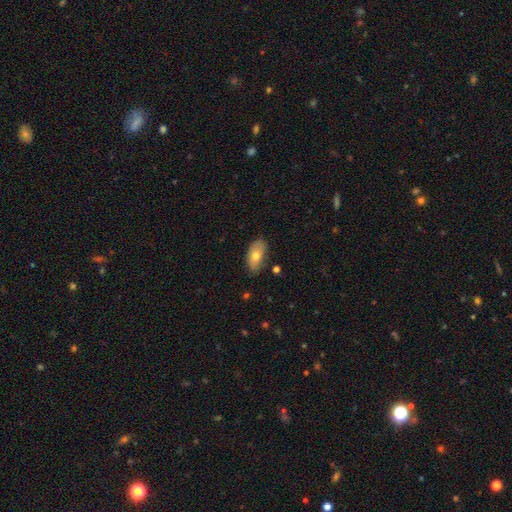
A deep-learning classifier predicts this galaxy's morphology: Q: Smooth or featured?
A: smooth (70%); runner-up: featured or disk (24%)
Q: How rounded?
A: in between (91%); runner-up: cigar-shaped (4%)
Q: Merging?
A: none (73%); runner-up: minor disturbance (22%)